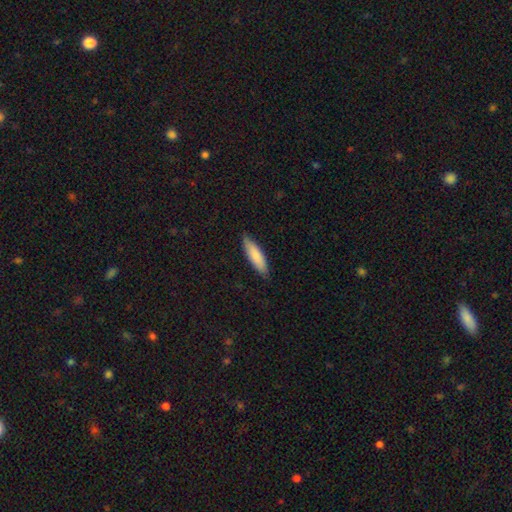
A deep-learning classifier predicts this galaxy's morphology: Smooth or featured? smooth (82%)
How rounded? cigar-shaped (57%)
Merging? none (83%)